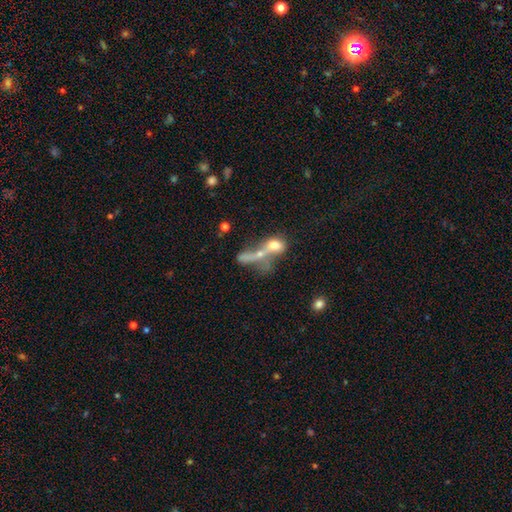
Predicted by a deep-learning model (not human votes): Overall: smooth (50%; featured or disk 36%). Merging: merger (63%).